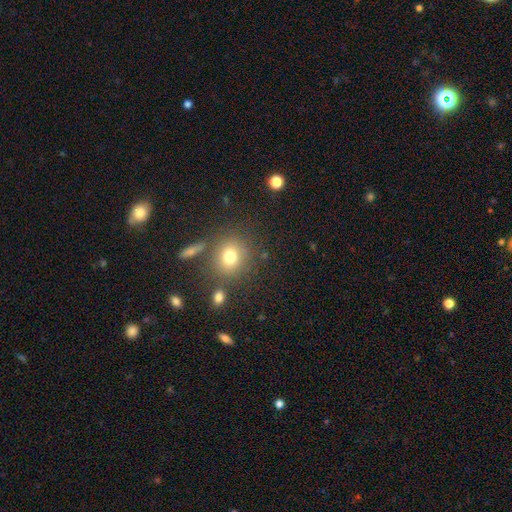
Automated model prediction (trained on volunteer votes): This is likely a smooth galaxy (64%). How rounded: clearly round (84%). Merging: likely none (79%).